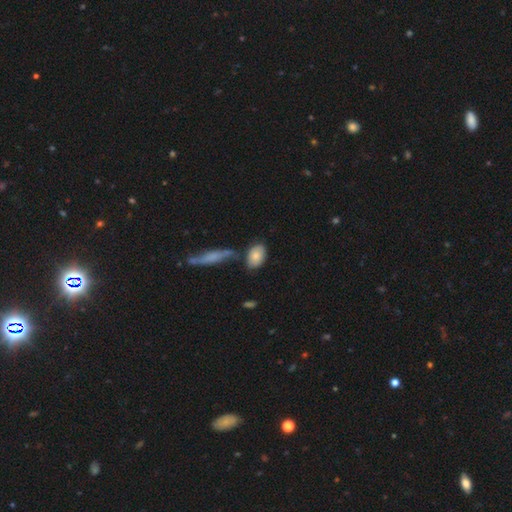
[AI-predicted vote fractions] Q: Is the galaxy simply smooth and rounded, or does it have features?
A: smooth — 79%.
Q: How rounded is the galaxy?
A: in between — 85%.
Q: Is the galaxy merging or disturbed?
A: none — 64%.